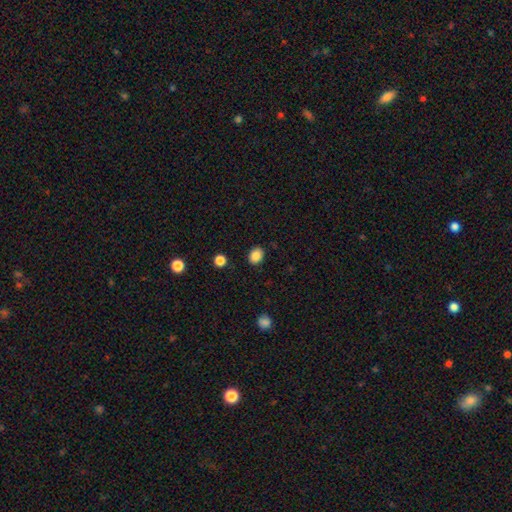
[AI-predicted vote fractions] A smooth galaxy with no disk features (86%) that is in between round and cigar-shaped (56%).

Vote fractions:
- Smooth or featured? smooth: 86% / star or artifact: 9% / featured or disk: 5%
- How rounded? in between: 56% / round: 43% / cigar-shaped: 1%
- Merging? none: 88% / minor disturbance: 8% / major disturbance: 2% / merger: 1%